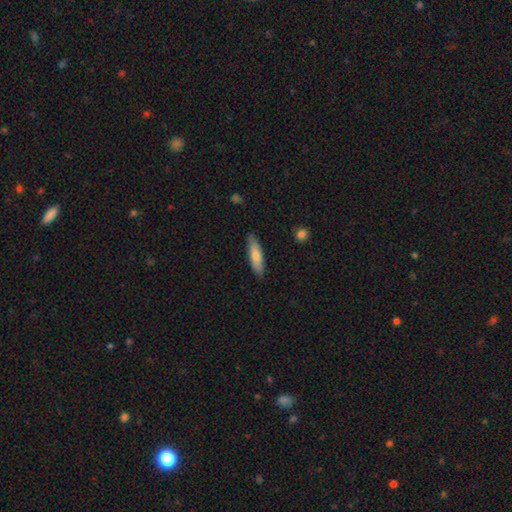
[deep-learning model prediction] This appears to be a smooth galaxy with no disk features (72%) that is cigar-shaped (65%). Merging: none (86%).